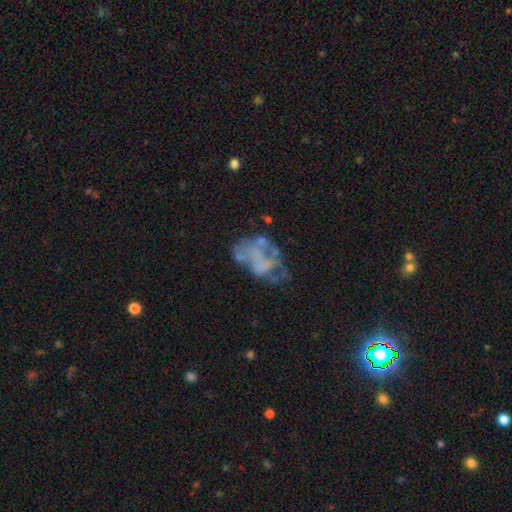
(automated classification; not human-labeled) This is likely a featured or disk galaxy (61%). It is clearly not viewed edge-on (98%). Bar: clearly no (89%). Spiral arm pattern: clearly no (87%). Central bulge: likely none (79%). Merging: marginally none (35%).